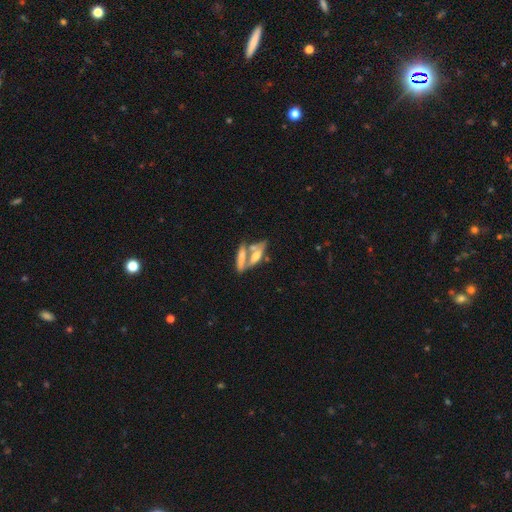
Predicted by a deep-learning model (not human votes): Smooth or featured? Predicted: smooth (p=0.46). Merging? Predicted: merger (p=0.53).